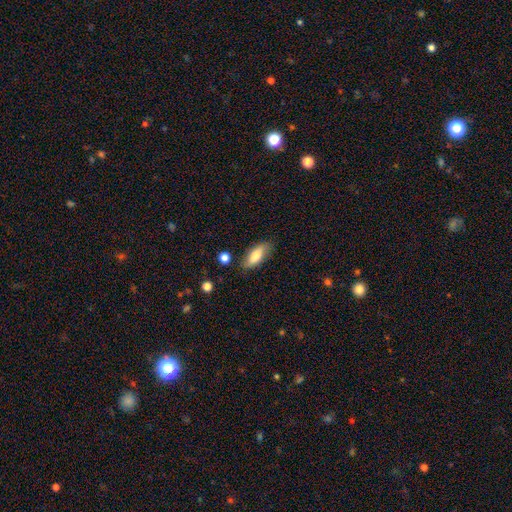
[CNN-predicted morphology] A smooth galaxy with no disk features (75%) that is in between round and cigar-shaped (77%). Merging: none (80%).